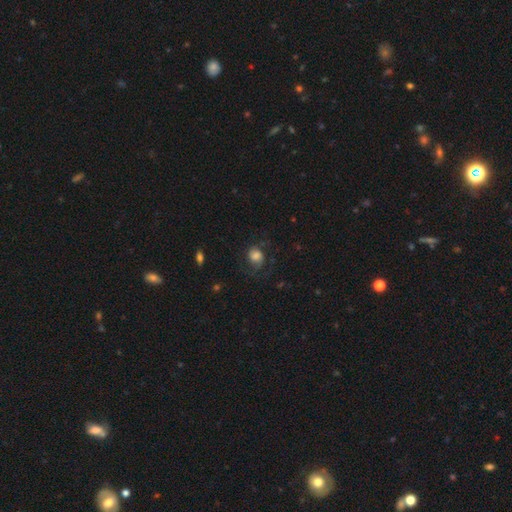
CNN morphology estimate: Overall: smooth (51%; featured or disk 38%). How rounded: round (59%; in between 40%). Merging: none (56%; minor disturbance 22%).